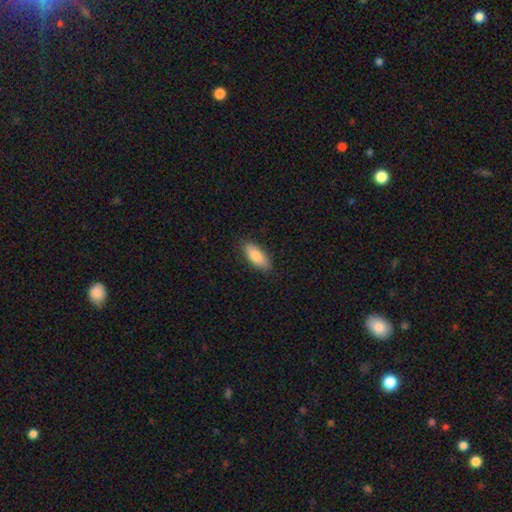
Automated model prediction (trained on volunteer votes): Smooth or featured: smooth — 84% (featured or disk — 10%)
How rounded: in between — 80% (cigar-shaped — 18%)
Merging: none — 86% (minor disturbance — 11%)